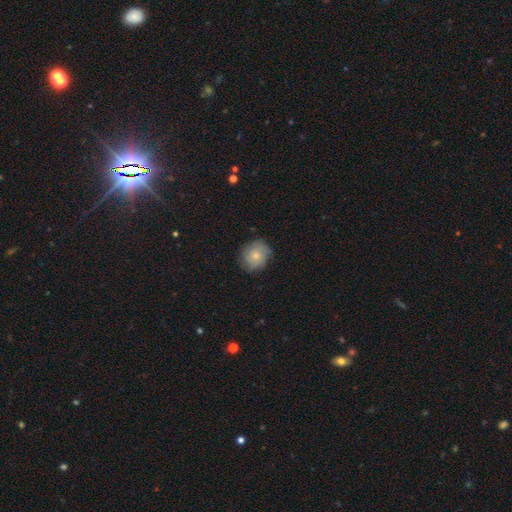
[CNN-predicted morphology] Q: Smooth or featured?
A: smooth (60%); runner-up: featured or disk (31%)
Q: How rounded?
A: round (76%); runner-up: in between (23%)
Q: Merging?
A: none (77%); runner-up: minor disturbance (17%)